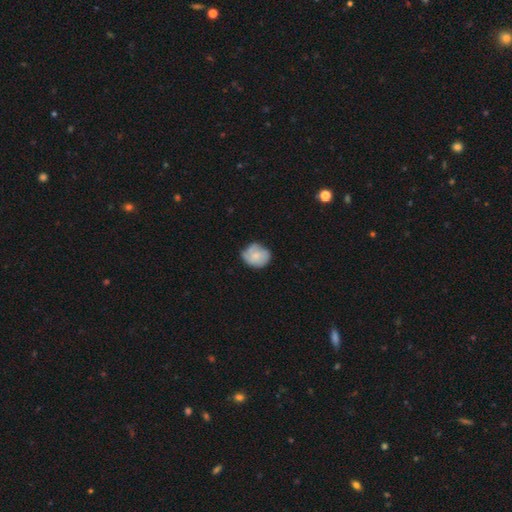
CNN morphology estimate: type=smooth (68%); roundness=round (64%); merging=none (56%).